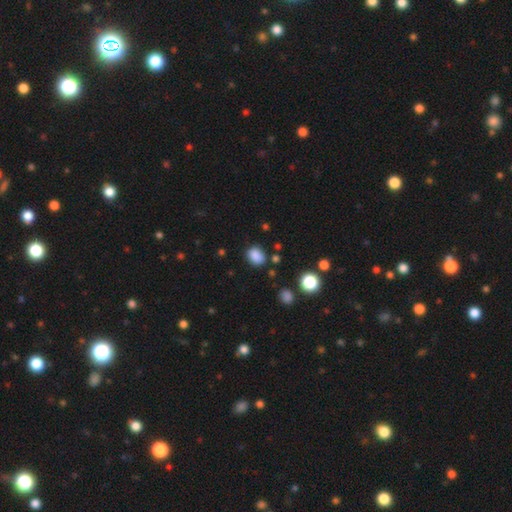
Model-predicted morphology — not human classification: The model was most divided on "how rounded": in between: 52%, round: 47%, cigar-shaped: 1%. More confident: smooth or featured — smooth (85%); merging — none (79%).